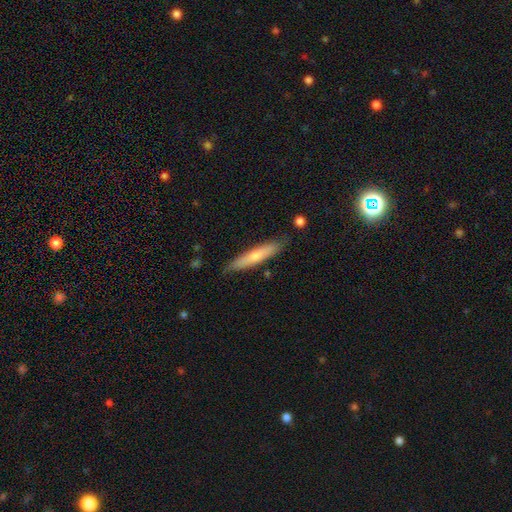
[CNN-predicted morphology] A smooth galaxy with no disk features (60%) that is cigar-shaped (90%).

Vote fractions:
- Smooth or featured? smooth: 60% / featured or disk: 34% / star or artifact: 6%
- How rounded? cigar-shaped: 90% / in between: 9% / round: 1%
- Merging? none: 83% / minor disturbance: 13% / major disturbance: 2% / merger: 2%